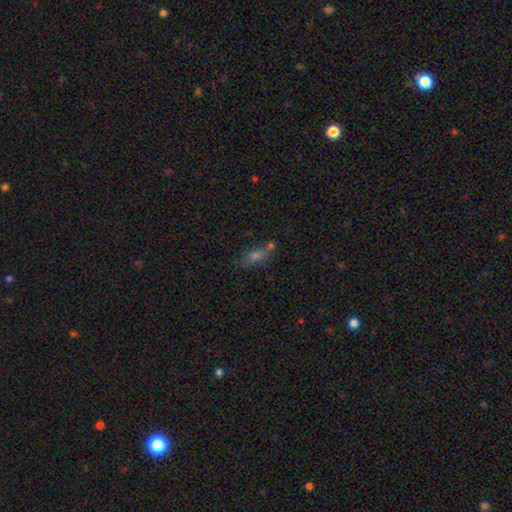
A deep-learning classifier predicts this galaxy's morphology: Smooth or featured? smooth (55%)
How rounded? in between (59%)
Merging? none (57%)